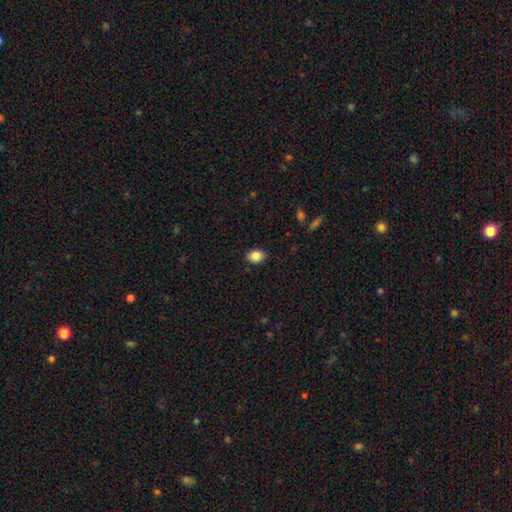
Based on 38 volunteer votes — smooth_or_featured: smooth (p=0.89) [alt: featured or disk p=0.05]
how_rounded: in between (p=0.53) [alt: round p=0.47]
merging: none (p=0.72) [alt: minor disturbance p=0.19]